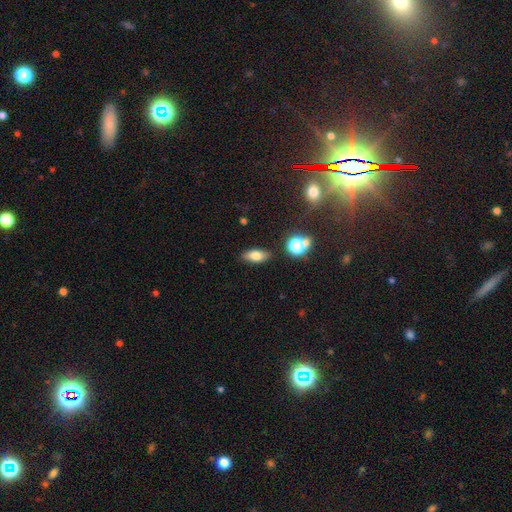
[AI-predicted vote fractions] Smooth or featured: smooth — 75% (featured or disk — 14%)
How rounded: in between — 79% (cigar-shaped — 14%)
Merging: none — 86% (minor disturbance — 9%)